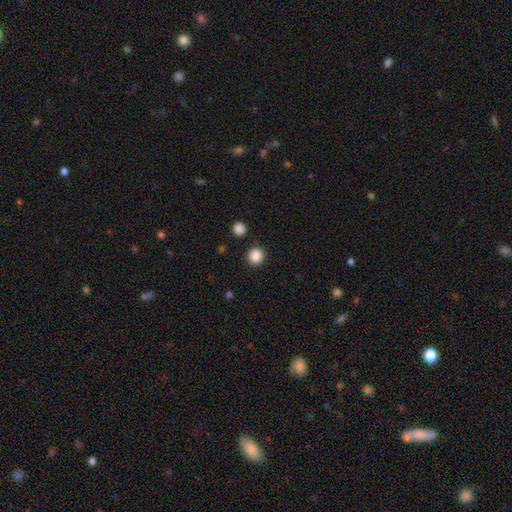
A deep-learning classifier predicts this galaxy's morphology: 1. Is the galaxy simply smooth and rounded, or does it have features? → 87% smooth, 10% star or artifact, 3% featured or disk.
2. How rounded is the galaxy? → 89% round, 10% in between, 1% cigar-shaped.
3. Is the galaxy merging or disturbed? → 86% none, 8% minor disturbance, 4% merger, 3% major disturbance.